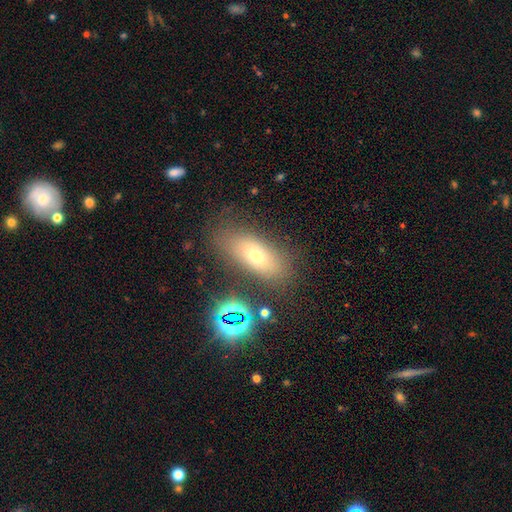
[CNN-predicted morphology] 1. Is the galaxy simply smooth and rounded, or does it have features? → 61% smooth, 23% featured or disk, 17% star or artifact.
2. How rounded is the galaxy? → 78% in between, 15% cigar-shaped, 7% round.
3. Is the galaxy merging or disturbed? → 75% none, 14% minor disturbance, 6% major disturbance, 5% merger.